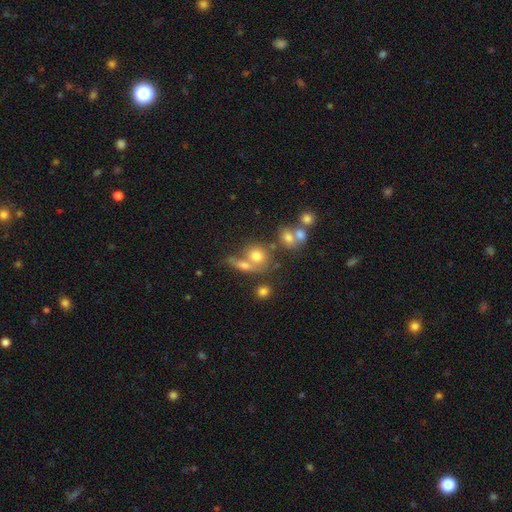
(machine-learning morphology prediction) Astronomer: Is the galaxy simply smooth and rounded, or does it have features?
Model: smooth — 69%.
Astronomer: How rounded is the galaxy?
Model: round — 65%.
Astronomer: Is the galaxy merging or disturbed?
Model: none — 43% (runner-up: merger, 39%).